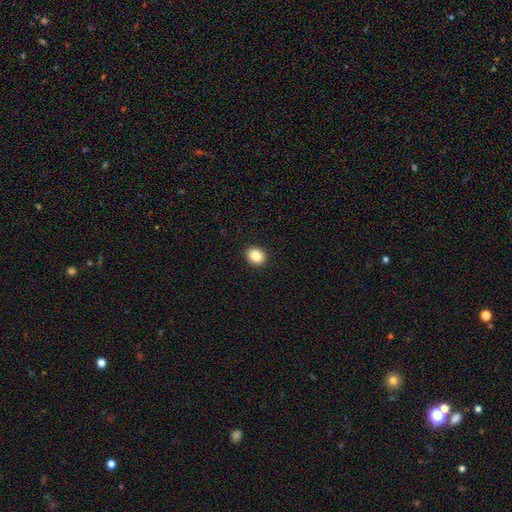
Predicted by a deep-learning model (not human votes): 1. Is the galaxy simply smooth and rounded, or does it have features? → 87% smooth, 9% star or artifact, 4% featured or disk.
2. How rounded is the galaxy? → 53% round, 47% in between, 1% cigar-shaped.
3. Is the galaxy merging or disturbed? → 92% none, 6% minor disturbance, 2% major disturbance, 1% merger.